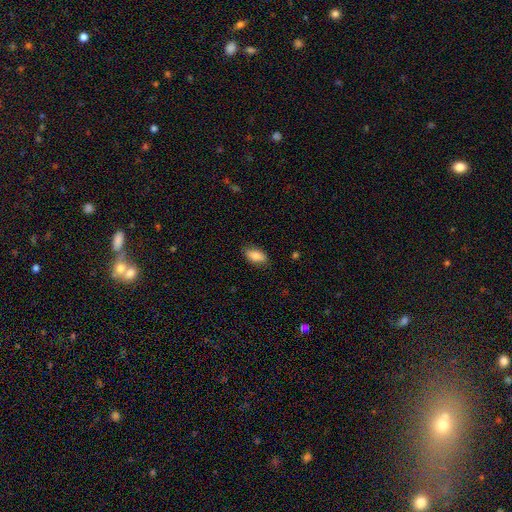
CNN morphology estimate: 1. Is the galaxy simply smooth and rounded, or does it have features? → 85% smooth, 9% featured or disk, 7% star or artifact.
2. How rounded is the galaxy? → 91% in between, 5% cigar-shaped, 4% round.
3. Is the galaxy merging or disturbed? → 83% none, 13% minor disturbance, 3% major disturbance, 1% merger.